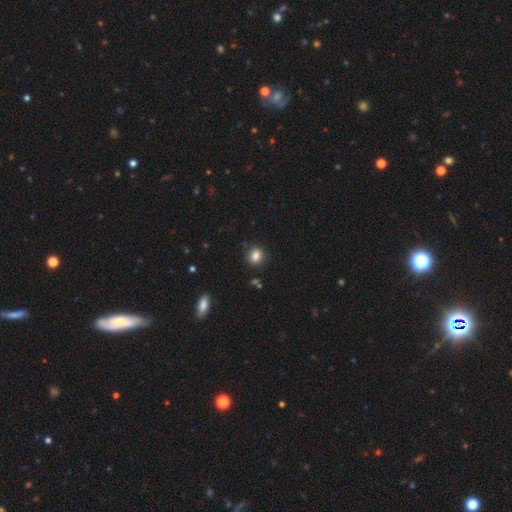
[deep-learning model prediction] Smooth or featured: smooth — 84% (star or artifact — 11%)
How rounded: round — 74% (in between — 25%)
Merging: none — 85% (minor disturbance — 10%)